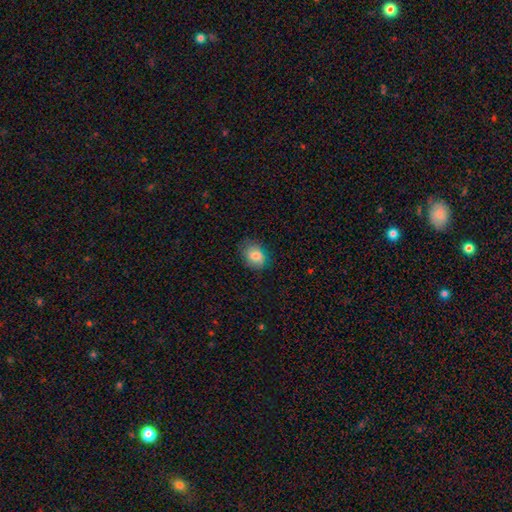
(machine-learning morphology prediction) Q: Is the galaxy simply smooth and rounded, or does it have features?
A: smooth — 80%.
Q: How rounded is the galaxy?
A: in between — 62%.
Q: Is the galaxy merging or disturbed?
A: none — 74%.